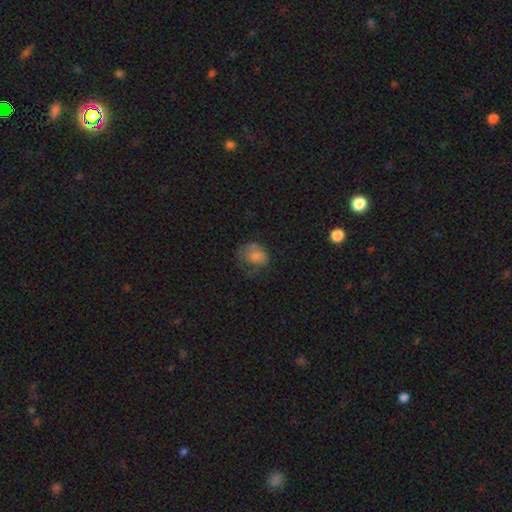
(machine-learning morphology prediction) smooth-or-featured: smooth: 69% | featured or disk: 19% | star or artifact: 11%
  how-rounded: in between: 52% | round: 47% | cigar-shaped: 1%
  merging: none: 36% | major disturbance: 34% | minor disturbance: 28% | merger: 2%